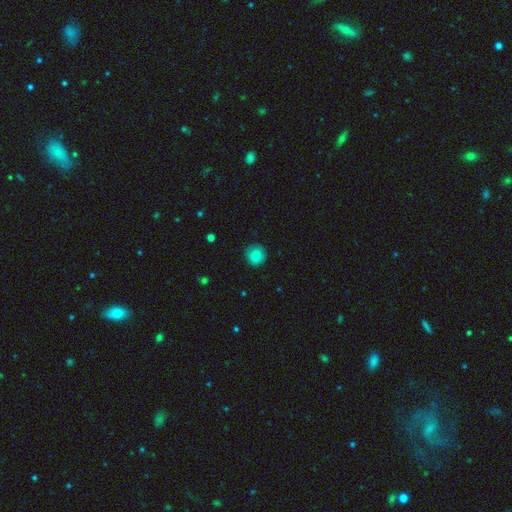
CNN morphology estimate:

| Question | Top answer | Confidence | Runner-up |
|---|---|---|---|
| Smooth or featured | smooth | 82% | featured or disk (9%) |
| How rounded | round | 86% | in between (13%) |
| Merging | none | 83% | minor disturbance (13%) |